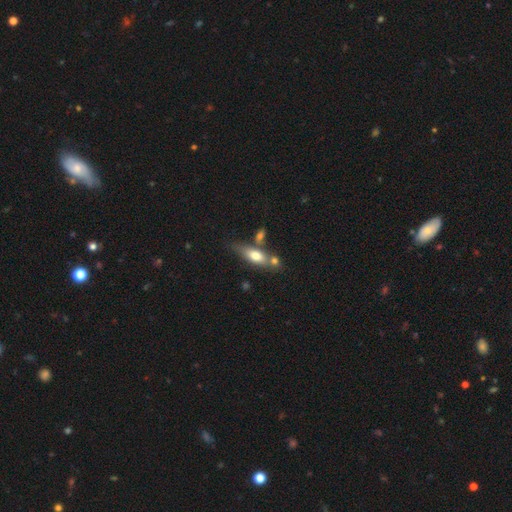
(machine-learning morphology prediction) Q: Smooth or featured?
A: smooth (64%); runner-up: featured or disk (29%)
Q: How rounded?
A: in between (62%); runner-up: cigar-shaped (34%)
Q: Merging?
A: none (50%); runner-up: merger (28%)